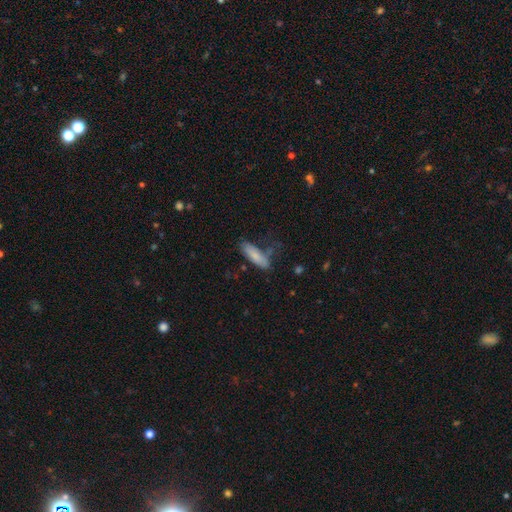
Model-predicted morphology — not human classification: Smooth or featured: smooth — 77% (featured or disk — 16%)
How rounded: cigar-shaped — 52% (in between — 46%)
Merging: none — 58% (minor disturbance — 26%)